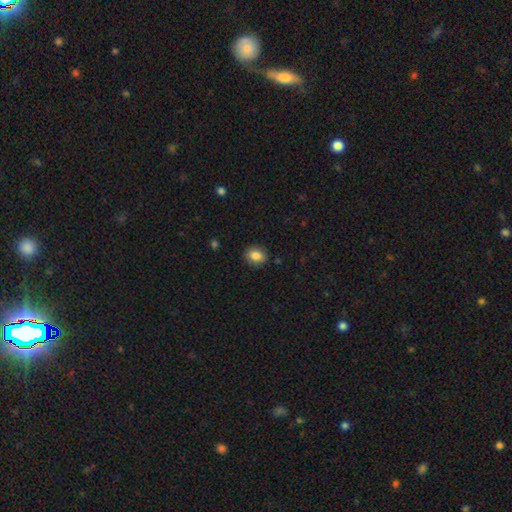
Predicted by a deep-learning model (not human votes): A smooth galaxy with no disk features (85%) that is round (52%). Merging: none (88%).